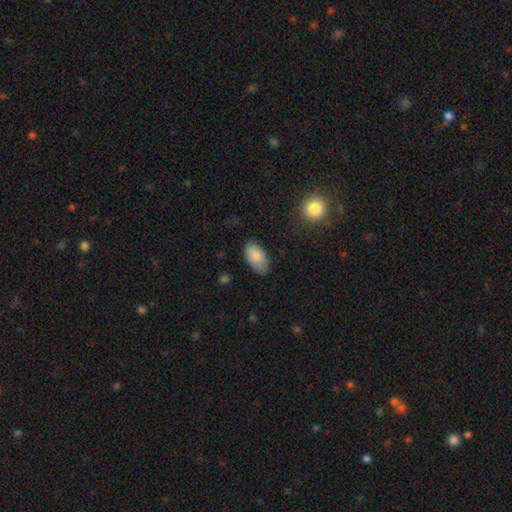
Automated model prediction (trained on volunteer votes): This is clearly a smooth galaxy (85%). How rounded: clearly in between (94%). Merging: likely none (73%).